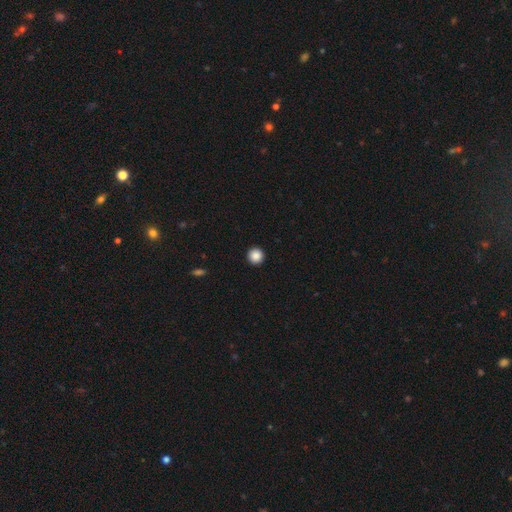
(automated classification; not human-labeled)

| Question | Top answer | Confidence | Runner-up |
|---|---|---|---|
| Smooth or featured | smooth | 88% | star or artifact (9%) |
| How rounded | round | 96% | in between (3%) |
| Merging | none | 94% | minor disturbance (4%) |